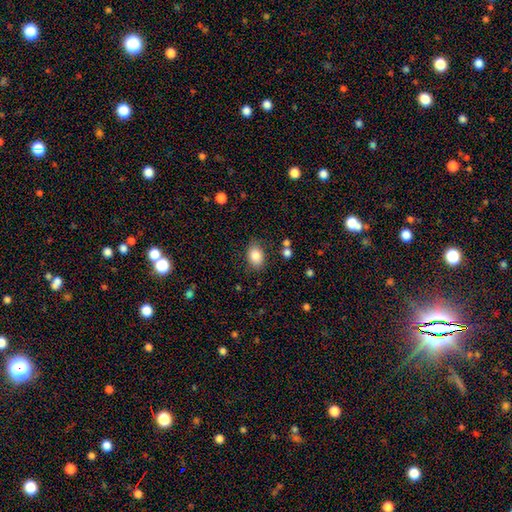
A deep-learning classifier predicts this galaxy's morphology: The model was most divided on "how rounded": in between: 77%, round: 22%, cigar-shaped: 1%. More confident: smooth or featured — smooth (85%); merging — none (80%).